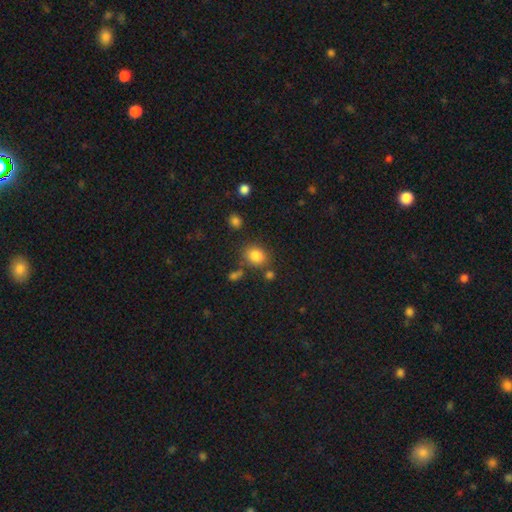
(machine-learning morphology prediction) Q: Smooth or featured?
A: smooth (83%); runner-up: star or artifact (11%)
Q: How rounded?
A: round (52%); runner-up: in between (47%)
Q: Merging?
A: none (74%); runner-up: minor disturbance (13%)